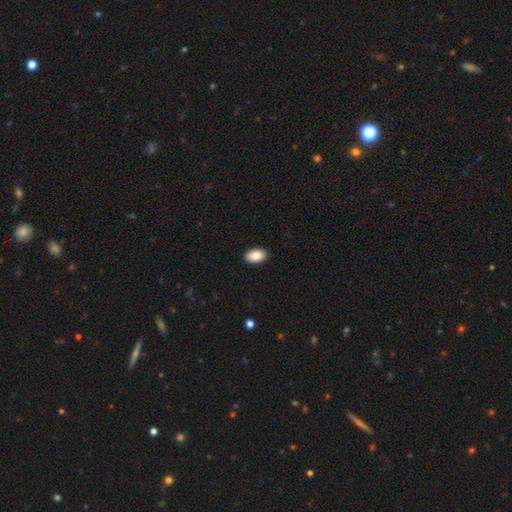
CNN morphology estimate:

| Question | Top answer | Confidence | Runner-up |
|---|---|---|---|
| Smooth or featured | smooth | 89% | star or artifact (7%) |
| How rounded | in between | 90% | round (8%) |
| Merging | none | 90% | minor disturbance (7%) |